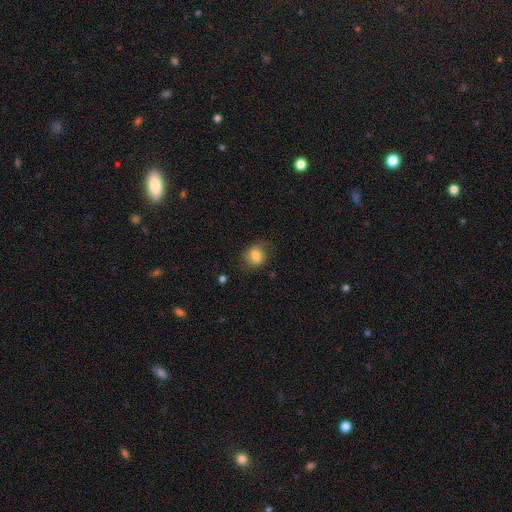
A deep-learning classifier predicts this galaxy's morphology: Smooth or featured?
  - smooth: 80% *
  - featured or disk: 11%
  - star or artifact: 9%
How rounded?
  - round: 66% *
  - in between: 33%
  - cigar-shaped: 1%
Merging?
  - none: 75% *
  - minor disturbance: 18%
  - major disturbance: 6%
  - merger: 1%